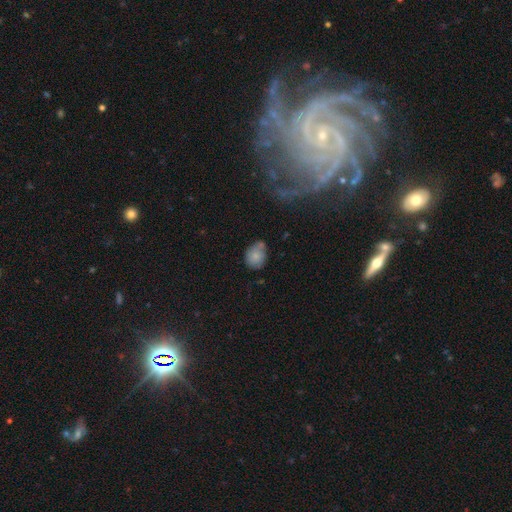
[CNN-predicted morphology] Smooth or featured? smooth (77%)
How rounded? in between (55%)
Merging? none (47%)